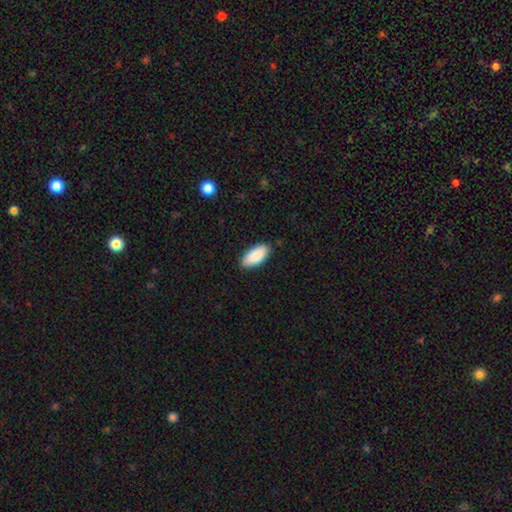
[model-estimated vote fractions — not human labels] Morphology: type=smooth (89%); roundness=in between (92%); merging=none (87%).